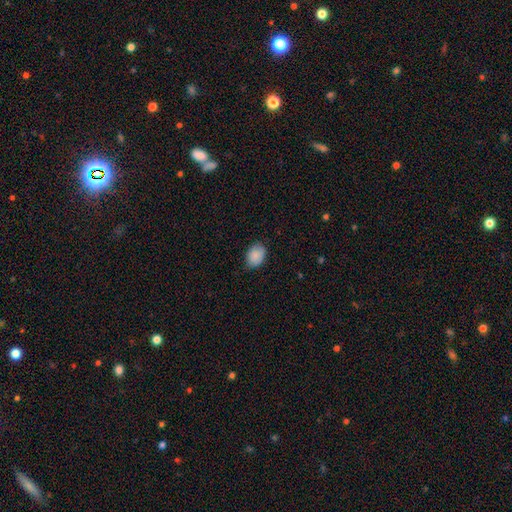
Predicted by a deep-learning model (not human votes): Smooth or featured?
  - smooth: 88% *
  - star or artifact: 7%
  - featured or disk: 5%
How rounded?
  - in between: 73% *
  - round: 26%
  - cigar-shaped: 1%
Merging?
  - none: 79% *
  - minor disturbance: 17%
  - major disturbance: 3%
  - merger: 1%